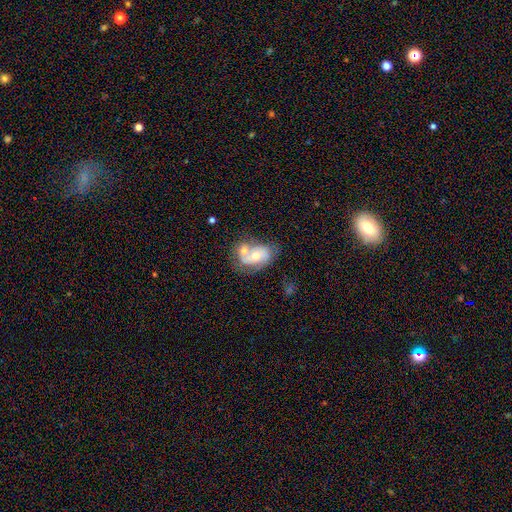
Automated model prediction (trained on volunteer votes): Overall: featured or disk (57%; smooth 35%). Edge-on disk: no (96%). Bar: no (71%). Spiral arms: yes (63%; no 37%). Bulge size: moderate (65%; small 26%). Merging: merger (53%; none 24%).